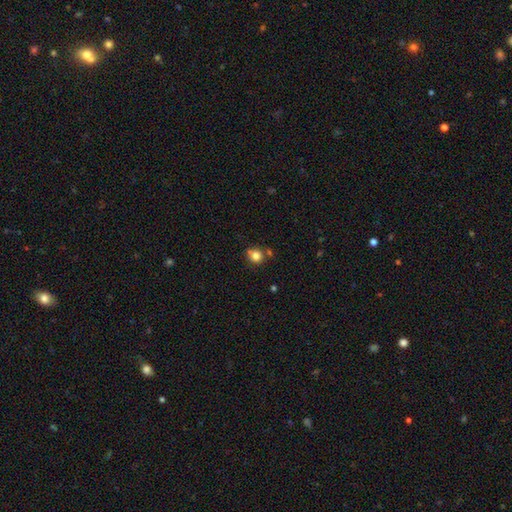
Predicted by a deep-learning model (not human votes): smooth_or_featured: smooth (p=0.81) [alt: star or artifact p=0.12]
how_rounded: round (p=0.84) [alt: in between p=0.15]
merging: none (p=0.67) [alt: minor disturbance p=0.16]